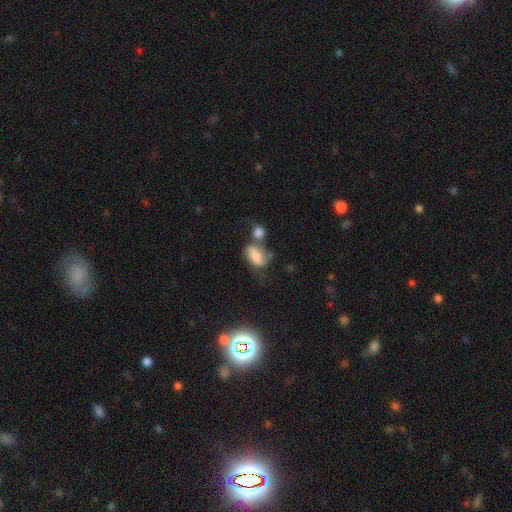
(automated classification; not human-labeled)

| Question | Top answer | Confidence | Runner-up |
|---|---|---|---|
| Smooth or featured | smooth | 62% | featured or disk (28%) |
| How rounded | in between | 86% | round (10%) |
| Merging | merger | 40% | none (27%) |